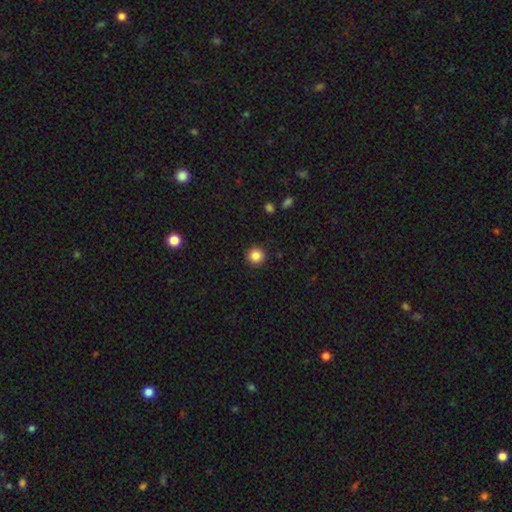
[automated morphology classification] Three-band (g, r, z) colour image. It shows a smooth galaxy with no disk features (86%) that is round (95%). Merging: none (91%).